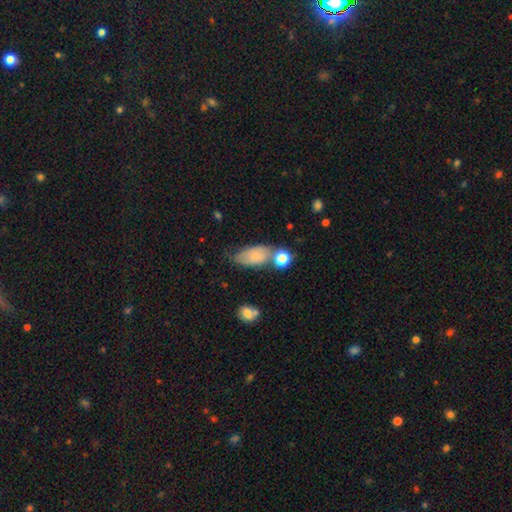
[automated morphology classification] smooth-or-featured: smooth: 76% | featured or disk: 16% | star or artifact: 8%
  how-rounded: in between: 86% | cigar-shaped: 8% | round: 6%
  merging: none: 50% | minor disturbance: 25% | merger: 17% | major disturbance: 8%